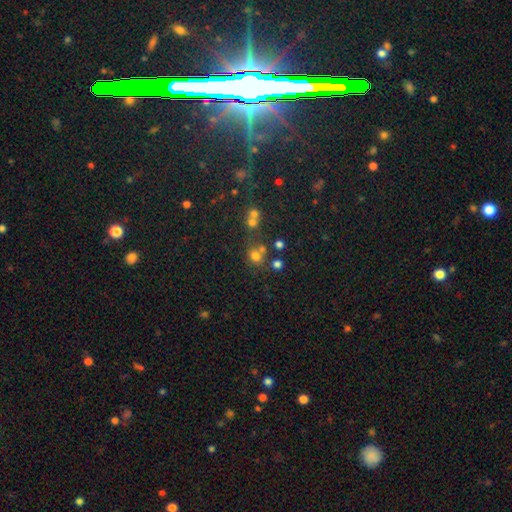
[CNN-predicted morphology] This appears to be a smooth galaxy with no disk features (67%) that is round (73%). Merging: none (58%).